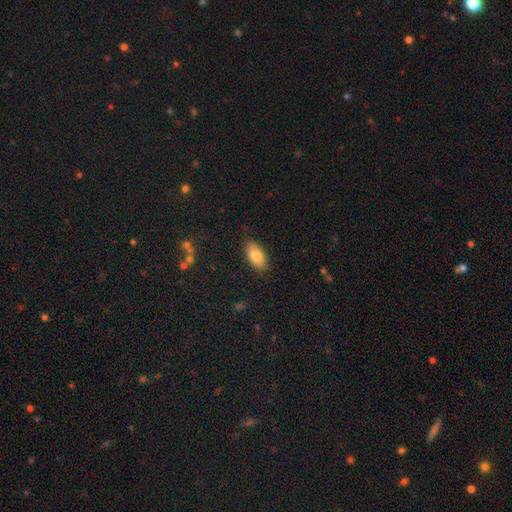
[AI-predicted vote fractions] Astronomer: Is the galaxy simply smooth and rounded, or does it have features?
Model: smooth — 82%.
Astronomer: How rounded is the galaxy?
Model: in between — 91%.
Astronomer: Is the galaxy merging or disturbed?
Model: none — 84%.